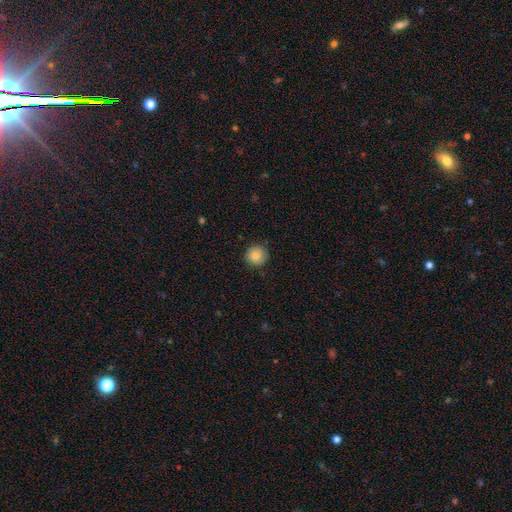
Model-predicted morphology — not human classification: A smooth galaxy with no disk features (81%) that is round (94%). Merging: none (85%).